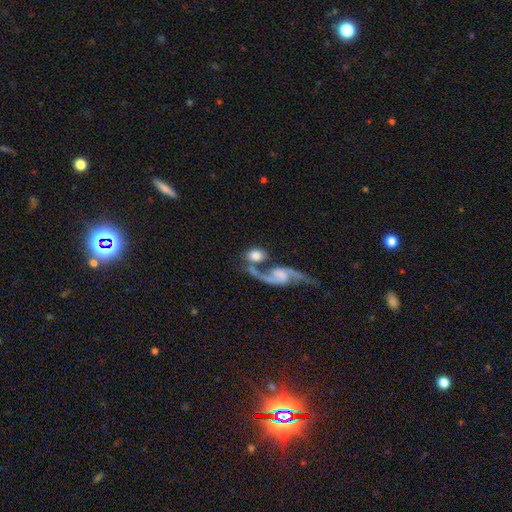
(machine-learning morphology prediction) smooth 49%, featured or disk 44%, star or artifact 8%. Down the decision tree: merging — merger (42%).